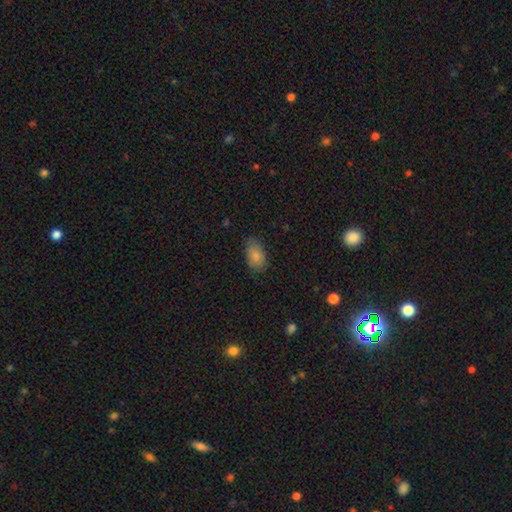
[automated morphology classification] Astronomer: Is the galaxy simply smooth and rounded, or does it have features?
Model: smooth — 86%.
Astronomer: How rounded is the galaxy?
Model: in between — 92%.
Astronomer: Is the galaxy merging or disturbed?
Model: none — 73%.